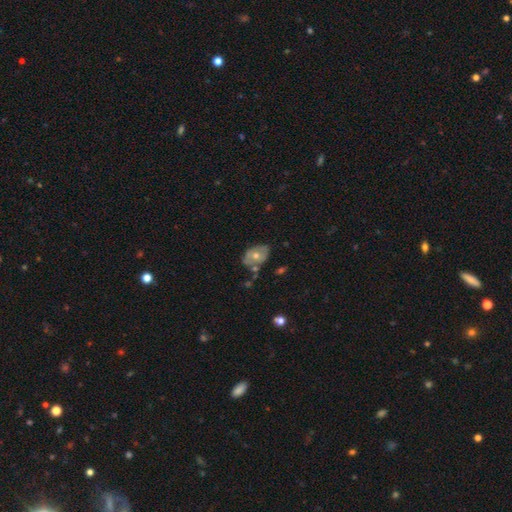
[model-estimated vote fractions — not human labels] Smooth or featured?
  - smooth: 50% *
  - featured or disk: 42%
  - star or artifact: 8%
Merging?
  - none: 54% *
  - minor disturbance: 27%
  - merger: 11%
  - major disturbance: 8%